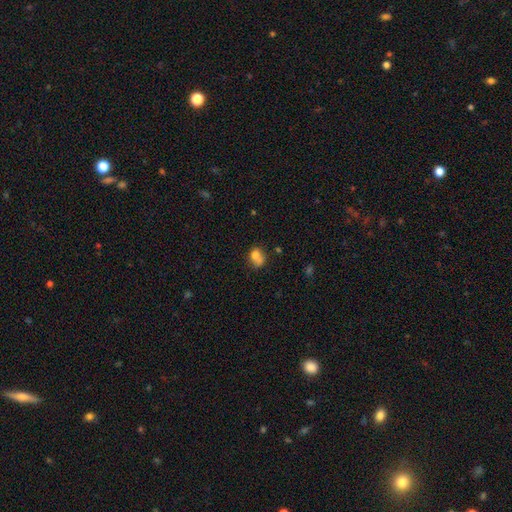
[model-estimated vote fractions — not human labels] smooth 73%, featured or disk 16%, star or artifact 11%. Down the decision tree: how rounded — round (56%); merging — merger (37%).